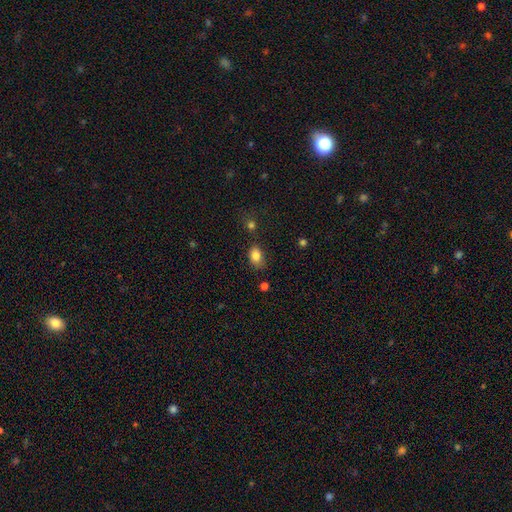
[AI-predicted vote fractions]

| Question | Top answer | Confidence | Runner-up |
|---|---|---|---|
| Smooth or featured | smooth | 84% | star or artifact (10%) |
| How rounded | in between | 79% | round (20%) |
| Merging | none | 69% | minor disturbance (21%) |